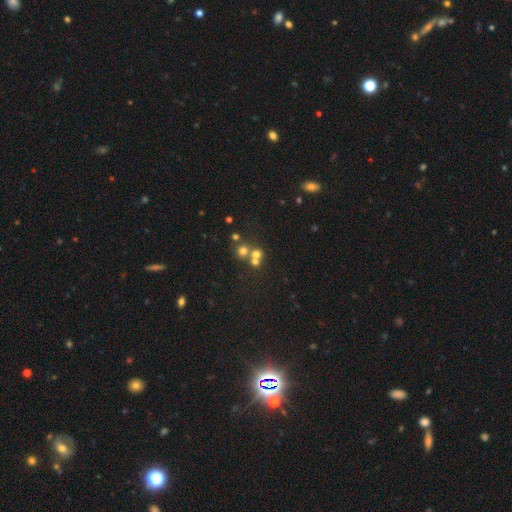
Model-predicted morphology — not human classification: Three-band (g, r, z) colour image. It shows a smooth galaxy with no disk features (62%) that is round (87%). Merging: none (46%).